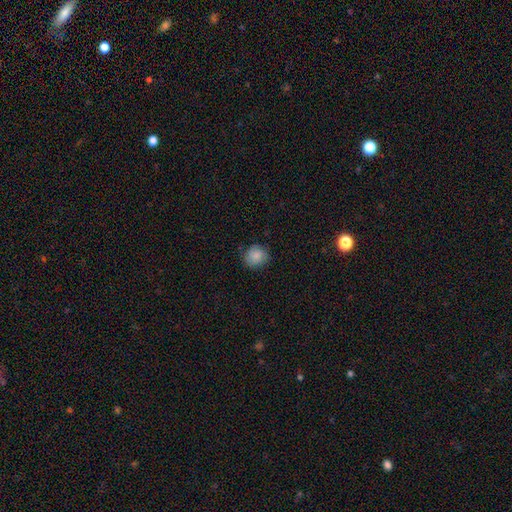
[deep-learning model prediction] This appears to be a smooth galaxy with no disk features (85%) that is round (85%). Merging: none (80%).